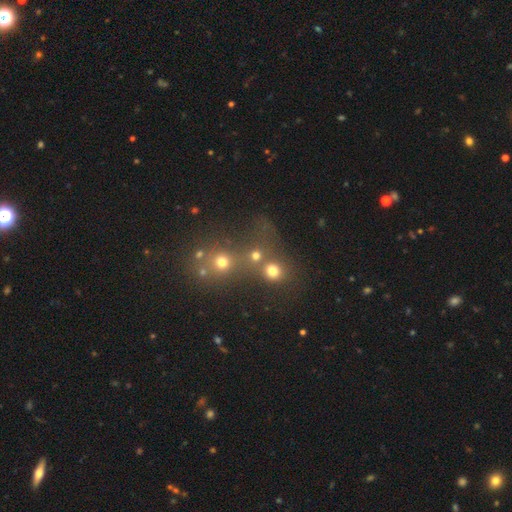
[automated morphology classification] smooth_or_featured: smooth (p=0.70) [alt: star or artifact p=0.19]
how_rounded: round (p=0.85) [alt: in between p=0.14]
merging: none (p=0.45) [alt: merger p=0.42]